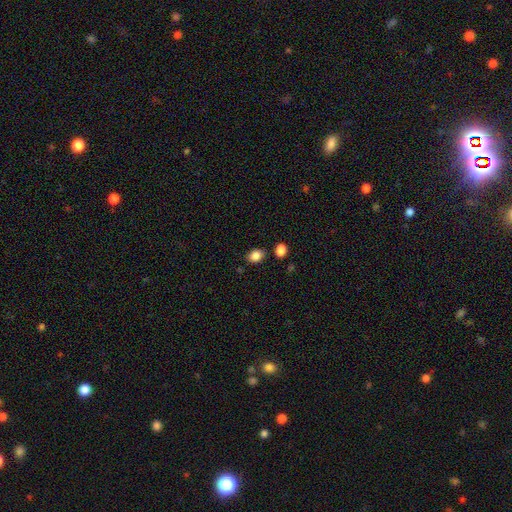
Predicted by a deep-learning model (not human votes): Smooth or featured? smooth (86%)
How rounded? in between (67%)
Merging? none (80%)